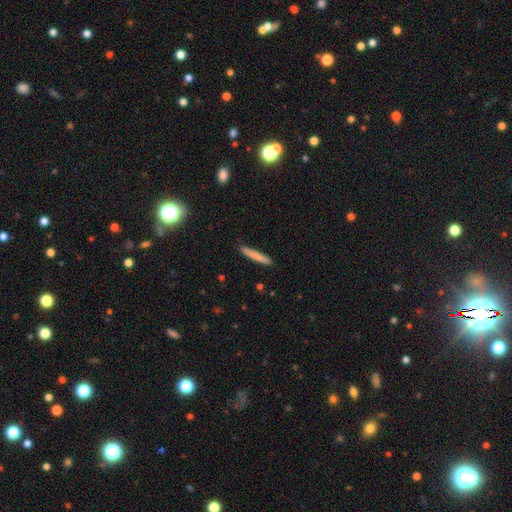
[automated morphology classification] Q: Smooth or featured?
A: smooth (79%); runner-up: featured or disk (15%)
Q: How rounded?
A: cigar-shaped (95%); runner-up: in between (4%)
Q: Merging?
A: none (90%); runner-up: minor disturbance (8%)